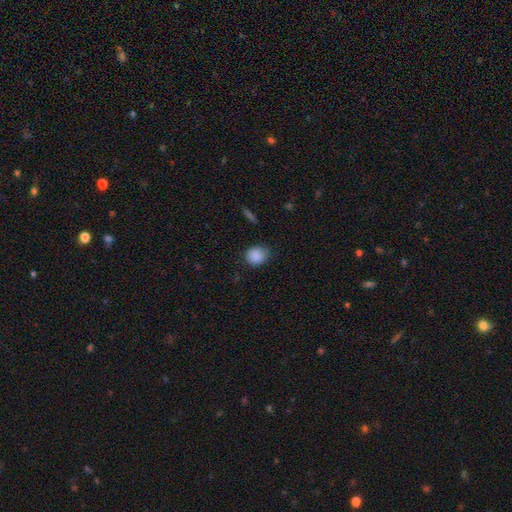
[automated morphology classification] smooth-or-featured: smooth: 88% | star or artifact: 9% | featured or disk: 4%
  how-rounded: round: 76% | in between: 23% | cigar-shaped: 1%
  merging: none: 75% | minor disturbance: 20% | major disturbance: 4% | merger: 1%